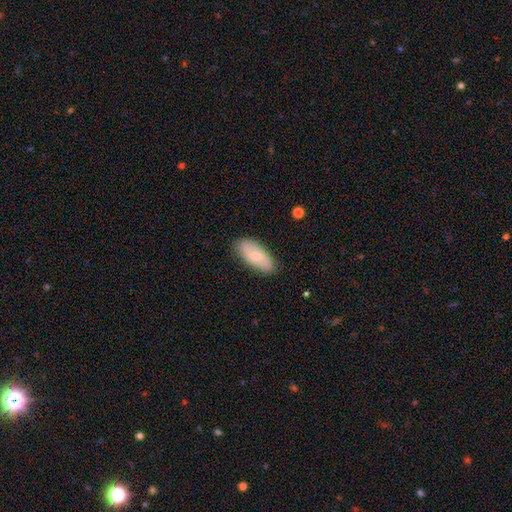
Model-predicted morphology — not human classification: smooth_or_featured: smooth (p=0.56) [alt: featured or disk p=0.38]
how_rounded: in between (p=0.87) [alt: cigar-shaped p=0.10]
merging: none (p=0.84) [alt: minor disturbance p=0.13]